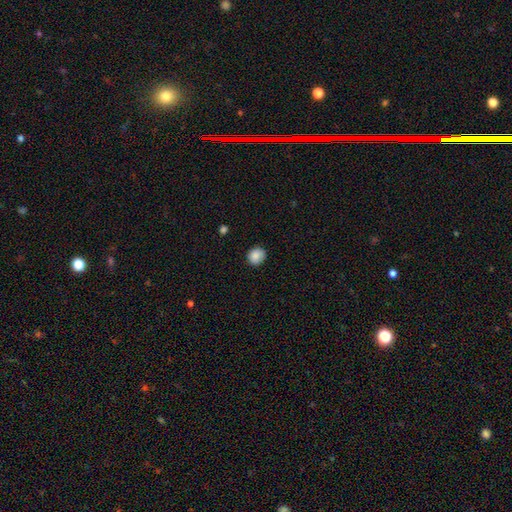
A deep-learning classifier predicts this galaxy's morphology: Smooth or featured? Predicted: smooth (p=0.88). How rounded? Predicted: round (p=0.85). Merging? Predicted: none (p=0.86).